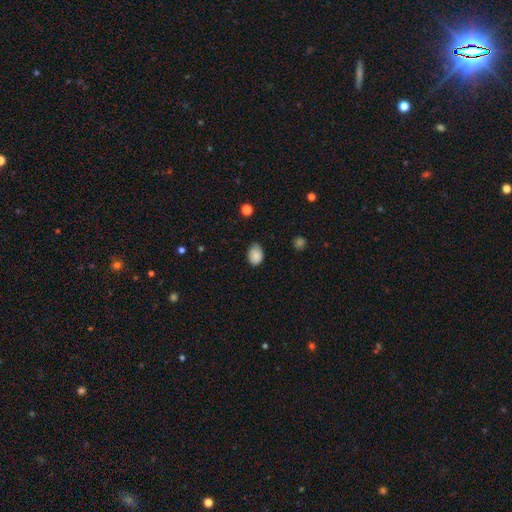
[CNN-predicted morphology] Smooth or featured?
  - smooth: 86% *
  - star or artifact: 8%
  - featured or disk: 6%
How rounded?
  - in between: 73% *
  - round: 26%
  - cigar-shaped: 1%
Merging?
  - none: 68% *
  - minor disturbance: 27%
  - major disturbance: 4%
  - merger: 1%